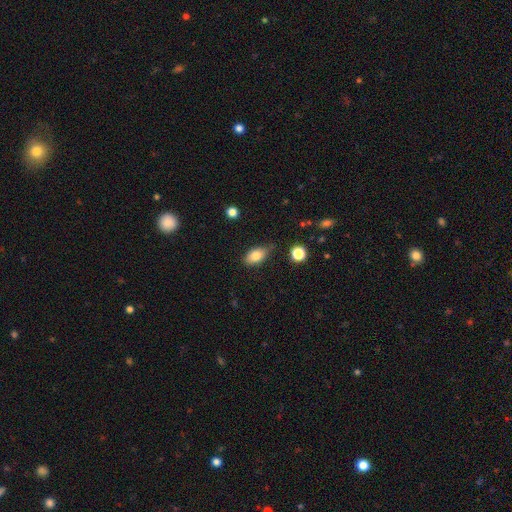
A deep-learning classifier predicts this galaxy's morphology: This is clearly a smooth galaxy (82%). How rounded: clearly in between (89%). Merging: likely none (78%).